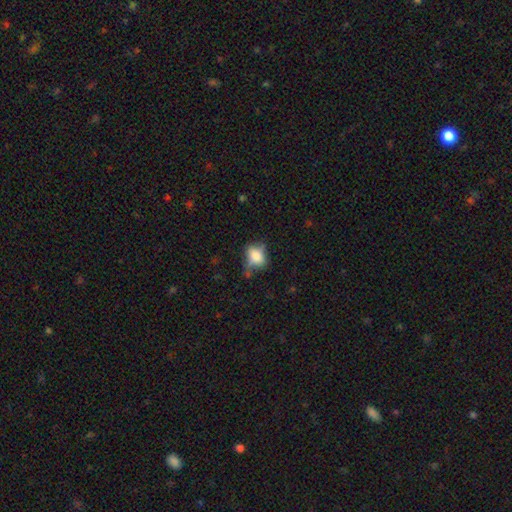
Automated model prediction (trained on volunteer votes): Q: Smooth or featured?
A: smooth (68%); runner-up: featured or disk (21%)
Q: How rounded?
A: in between (58%); runner-up: round (40%)
Q: Merging?
A: none (53%); runner-up: minor disturbance (30%)